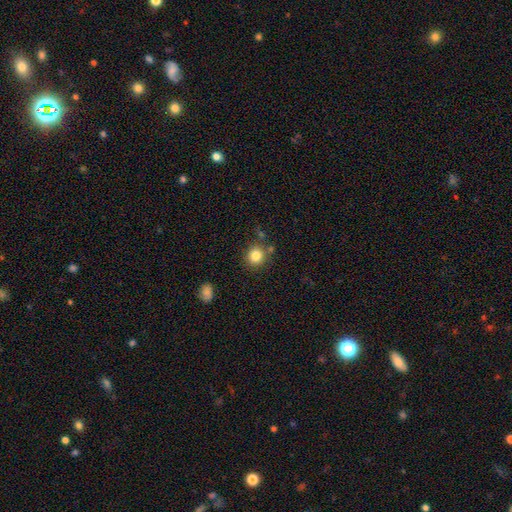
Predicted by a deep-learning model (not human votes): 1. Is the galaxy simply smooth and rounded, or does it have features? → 83% smooth, 11% star or artifact, 6% featured or disk.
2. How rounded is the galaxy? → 87% round, 12% in between, 1% cigar-shaped.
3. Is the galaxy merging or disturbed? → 78% none, 11% minor disturbance, 8% merger, 3% major disturbance.